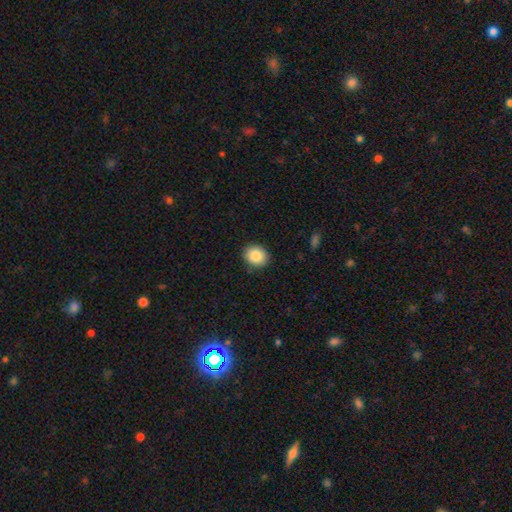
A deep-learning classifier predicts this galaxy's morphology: type=smooth (86%); roundness=round (65%); merging=none (89%).